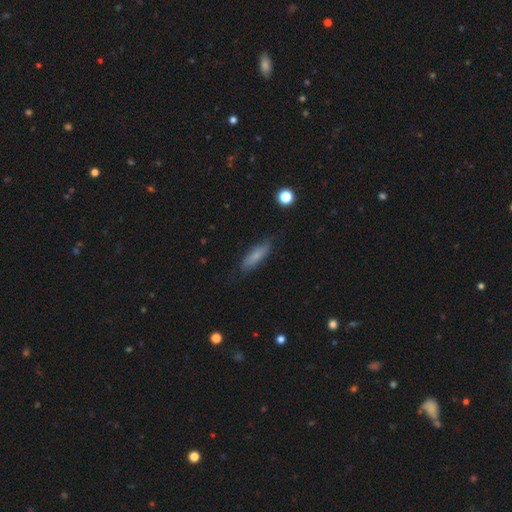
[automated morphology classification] Smooth or featured? smooth (76%)
How rounded? cigar-shaped (60%)
Merging? none (79%)